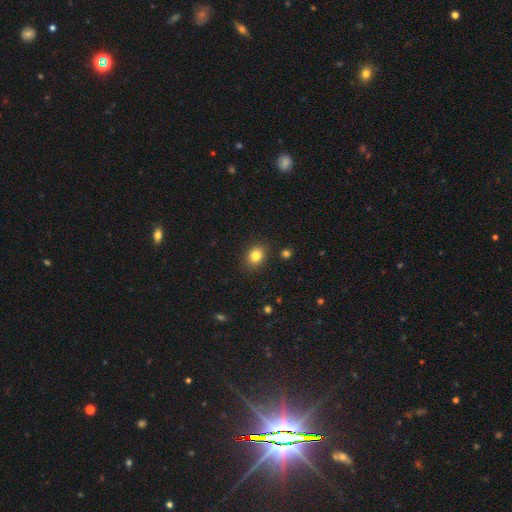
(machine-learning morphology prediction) smooth-or-featured: smooth: 83% | star or artifact: 11% | featured or disk: 6%
  how-rounded: round: 56% | in between: 43% | cigar-shaped: 1%
  merging: none: 87% | minor disturbance: 9% | major disturbance: 2% | merger: 2%